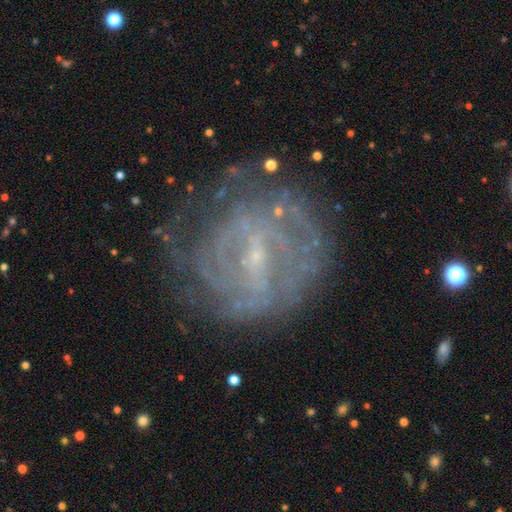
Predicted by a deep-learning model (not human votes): This appears to be a featured or disk galaxy (77%) with a weak bar (52%), tight (58%) spiral arms (74%) and a small central bulge (74%). Merging: none (66%).